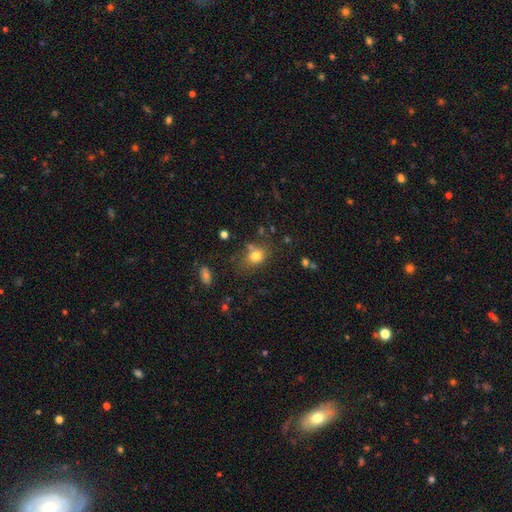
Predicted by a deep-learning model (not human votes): Overall: smooth (77%). How rounded: in between (50%; round 49%). Merging: none (61%).